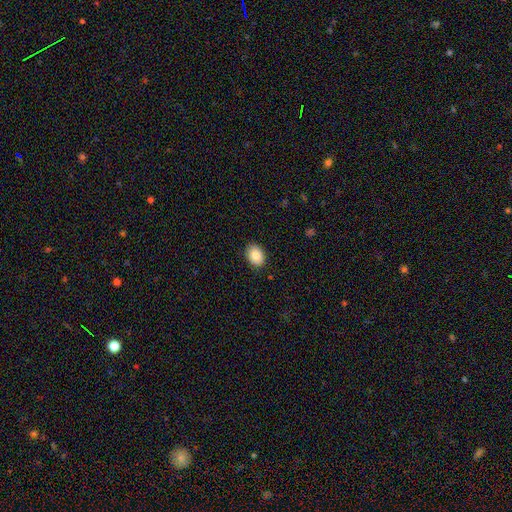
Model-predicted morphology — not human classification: A smooth galaxy with no disk features (88%) that is in between round and cigar-shaped (76%). Merging: none (88%).